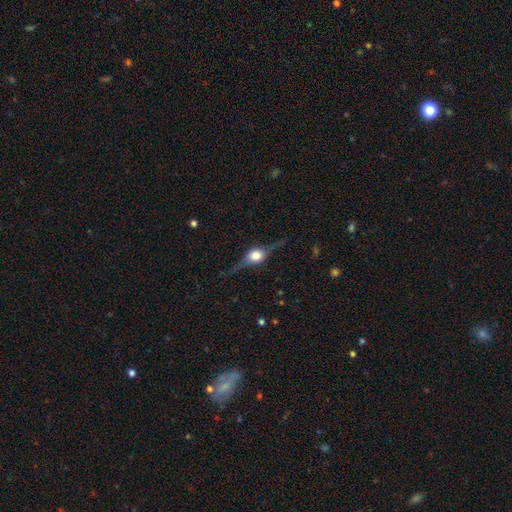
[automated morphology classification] featured or disk 76%, smooth 16%, star or artifact 8%. Down the decision tree: edge-on disk — yes (95%); edge-on bulge — rounded (94%); merging — none (80%).